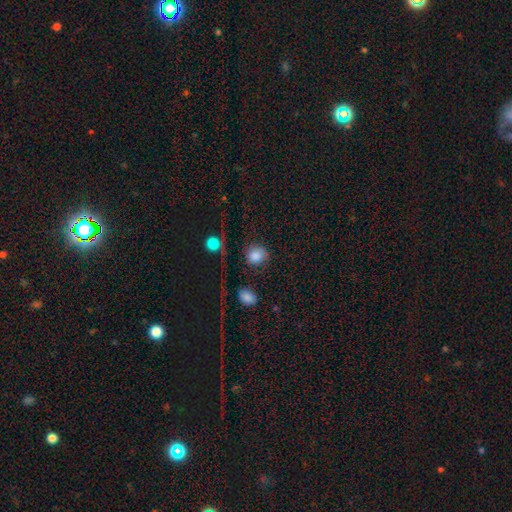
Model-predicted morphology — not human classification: Q: Smooth or featured?
A: smooth (75%); runner-up: star or artifact (14%)
Q: How rounded?
A: round (78%); runner-up: in between (21%)
Q: Merging?
A: none (63%); runner-up: minor disturbance (16%)